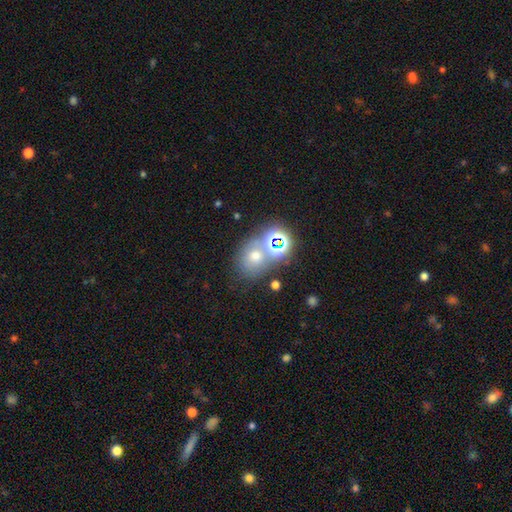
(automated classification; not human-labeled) smooth_or_featured: smooth (p=0.48) [alt: star or artifact p=0.35]
merging: none (p=0.53) [alt: merger p=0.28]